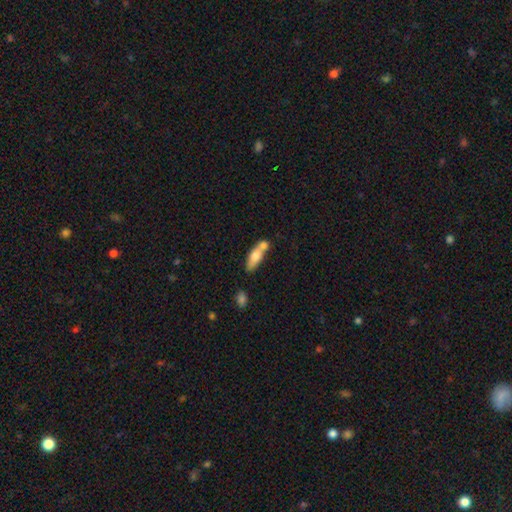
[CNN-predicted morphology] type=smooth (66%); roundness=in between (54%); merging=merger (45%).